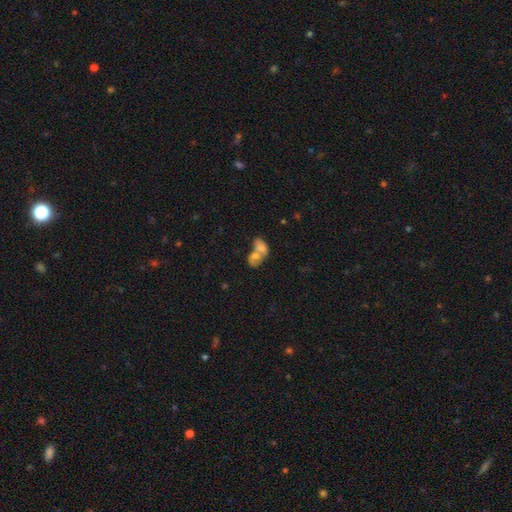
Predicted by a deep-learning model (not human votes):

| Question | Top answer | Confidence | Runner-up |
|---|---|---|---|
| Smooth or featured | smooth | 50% | featured or disk (31%) |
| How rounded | in between | 70% | round (27%) |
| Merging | merger | 62% | none (22%) |